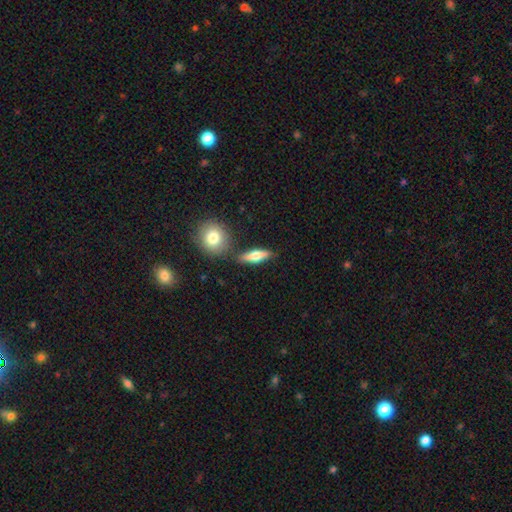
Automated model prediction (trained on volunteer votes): Q: Smooth or featured?
A: smooth (60%); runner-up: featured or disk (33%)
Q: How rounded?
A: in between (49%); runner-up: cigar-shaped (44%)
Q: Merging?
A: none (77%); runner-up: minor disturbance (11%)